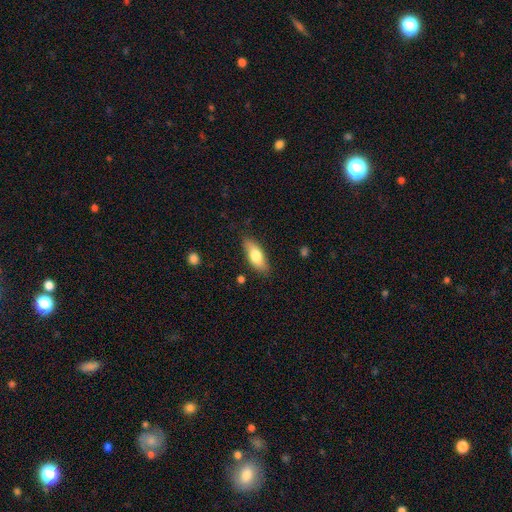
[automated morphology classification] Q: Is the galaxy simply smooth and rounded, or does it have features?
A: smooth — 73%.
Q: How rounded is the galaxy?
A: in between — 75%.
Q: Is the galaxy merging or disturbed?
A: none — 83%.